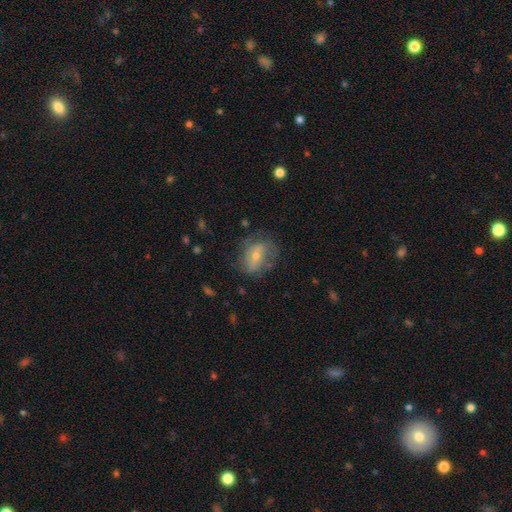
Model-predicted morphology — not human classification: Smooth or featured? smooth (48%)
Merging? none (57%)